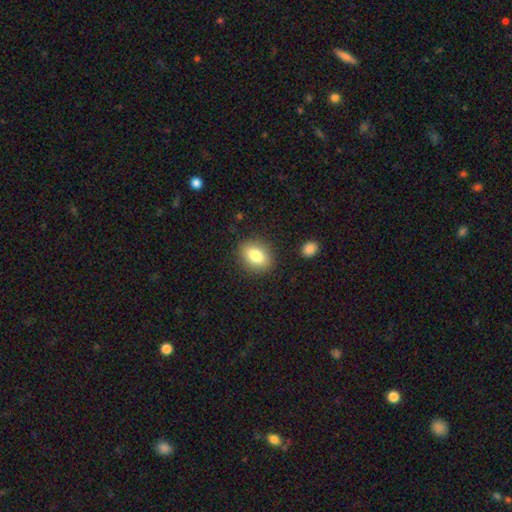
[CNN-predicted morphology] Smooth or featured? Predicted: smooth (p=0.82). How rounded? Predicted: in between (p=0.73). Merging? Predicted: none (p=0.86).